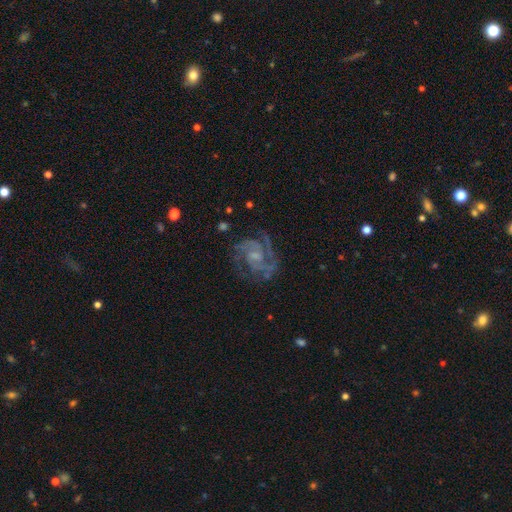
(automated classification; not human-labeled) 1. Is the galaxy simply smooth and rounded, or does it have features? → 88% featured or disk, 7% star or artifact, 5% smooth.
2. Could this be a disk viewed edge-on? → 98% no, 2% yes.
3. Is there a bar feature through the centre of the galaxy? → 48% no, 43% weak, 9% strong.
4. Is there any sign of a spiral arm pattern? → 97% yes, 3% no.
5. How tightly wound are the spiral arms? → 47% tight, 45% medium, 8% loose.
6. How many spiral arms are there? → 45% 2, 30% 3, 11% can't tell, 6% 4, 4% 1, 4% more than 4.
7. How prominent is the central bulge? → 51% small, 25% moderate, 20% none, 2% large, 1% dominant.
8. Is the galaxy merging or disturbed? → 72% none, 16% minor disturbance, 10% major disturbance, 2% merger.